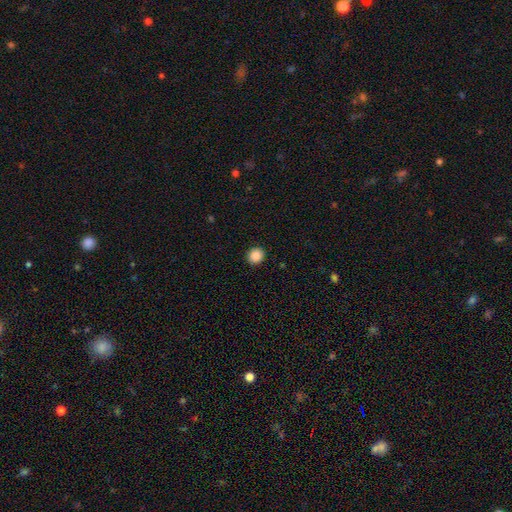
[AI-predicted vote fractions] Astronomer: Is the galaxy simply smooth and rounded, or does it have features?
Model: smooth — 88%.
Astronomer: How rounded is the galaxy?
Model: round — 82%.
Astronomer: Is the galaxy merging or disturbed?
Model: none — 92%.